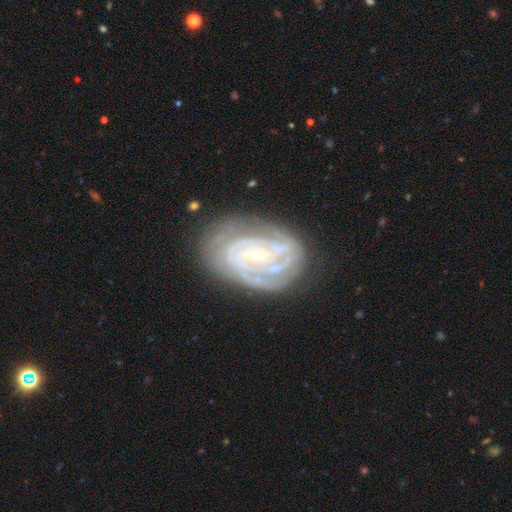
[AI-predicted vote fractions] A featured or disk galaxy (87%) with no bar (41%), tight (74%) spiral arms (96%) and a small central bulge (81%). Merging: none (74%).